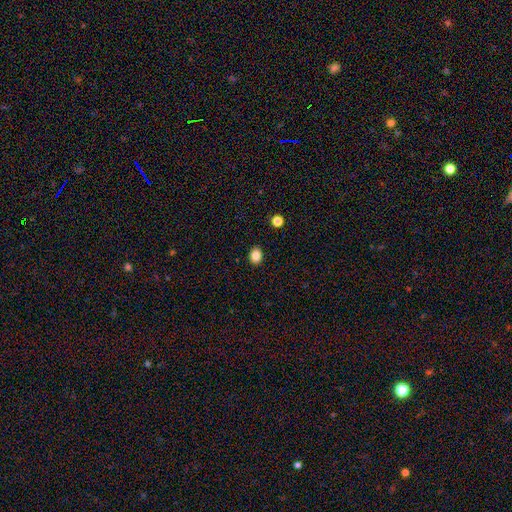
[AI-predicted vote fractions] This appears to be a smooth galaxy with no disk features (84%) that is round (55%). Merging: none (90%).